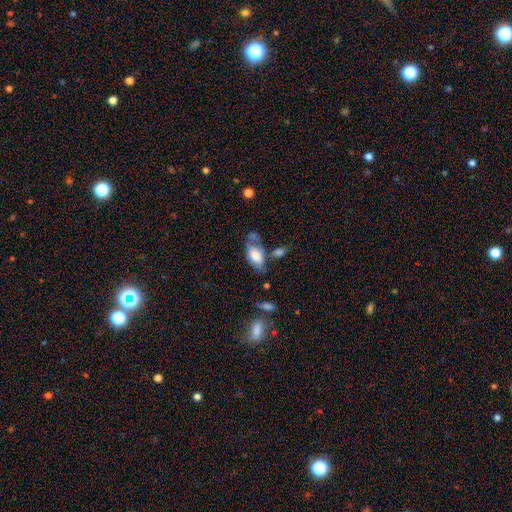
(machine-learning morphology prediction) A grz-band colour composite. It shows a smooth galaxy with no disk features (69%) that is in between round and cigar-shaped (92%). Merging: none (36%).